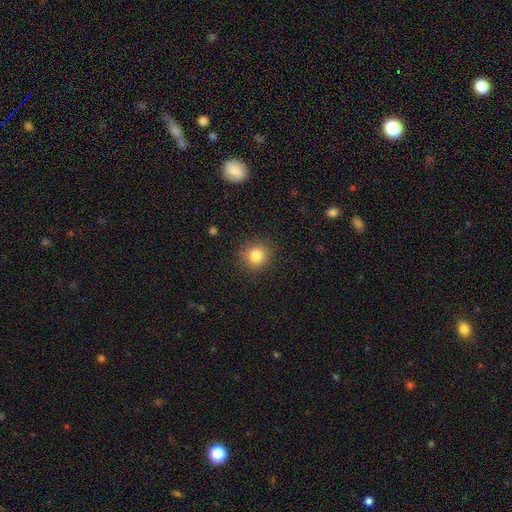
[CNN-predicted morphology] smooth-or-featured: smooth: 83% | star or artifact: 11% | featured or disk: 6%
  how-rounded: round: 89% | in between: 10% | cigar-shaped: 1%
  merging: none: 88% | minor disturbance: 8% | major disturbance: 3% | merger: 1%